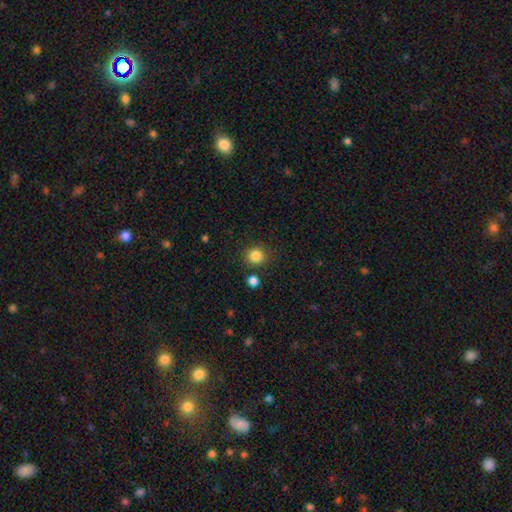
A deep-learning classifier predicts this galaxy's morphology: smooth 84%, star or artifact 11%, featured or disk 4%. Down the decision tree: how rounded — round (90%); merging — none (84%).